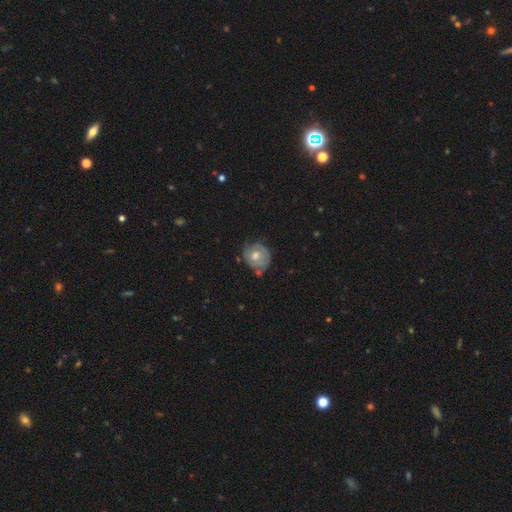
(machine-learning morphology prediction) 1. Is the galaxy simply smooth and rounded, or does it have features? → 62% featured or disk, 30% smooth, 8% star or artifact.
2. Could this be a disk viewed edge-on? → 97% no, 3% yes.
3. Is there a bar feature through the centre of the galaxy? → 80% no, 17% weak, 3% strong.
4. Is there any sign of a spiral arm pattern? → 78% yes, 22% no.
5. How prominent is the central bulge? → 75% moderate, 13% small, 9% large, 1% none, 1% dominant.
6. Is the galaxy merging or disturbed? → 66% none, 23% minor disturbance, 7% major disturbance, 3% merger.